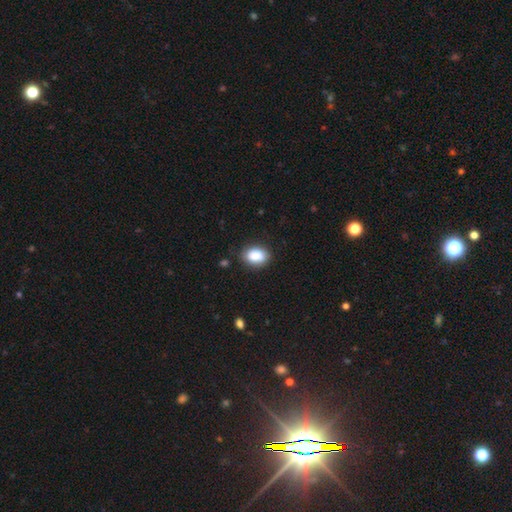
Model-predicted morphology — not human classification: Q: Smooth or featured?
A: smooth (88%); runner-up: star or artifact (7%)
Q: How rounded?
A: in between (80%); runner-up: round (18%)
Q: Merging?
A: none (81%); runner-up: minor disturbance (14%)